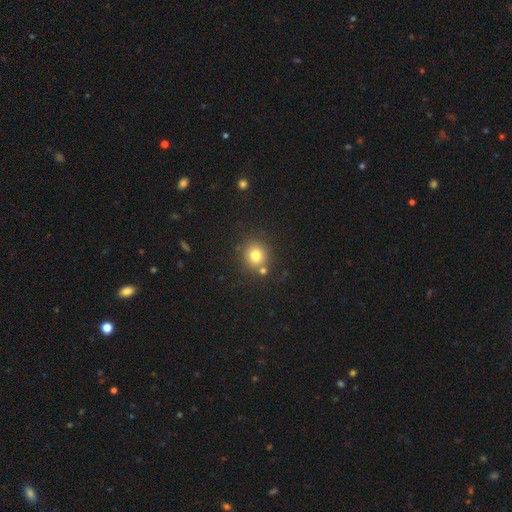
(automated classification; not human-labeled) Q: Smooth or featured?
A: smooth (78%); runner-up: star or artifact (13%)
Q: How rounded?
A: round (87%); runner-up: in between (12%)
Q: Merging?
A: none (76%); runner-up: merger (11%)